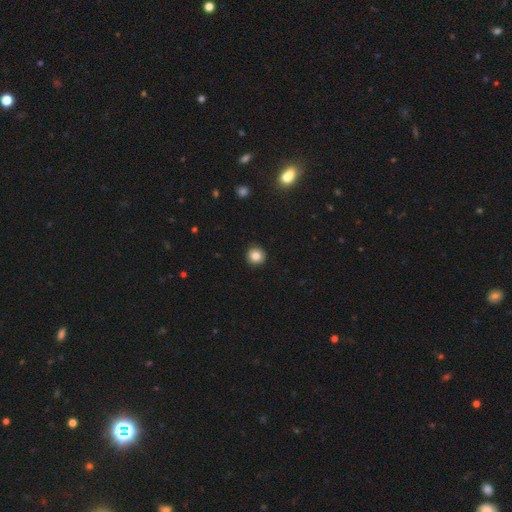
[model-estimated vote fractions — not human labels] Smooth or featured: smooth — 84% (star or artifact — 10%)
How rounded: round — 95% (in between — 4%)
Merging: none — 92% (minor disturbance — 5%)